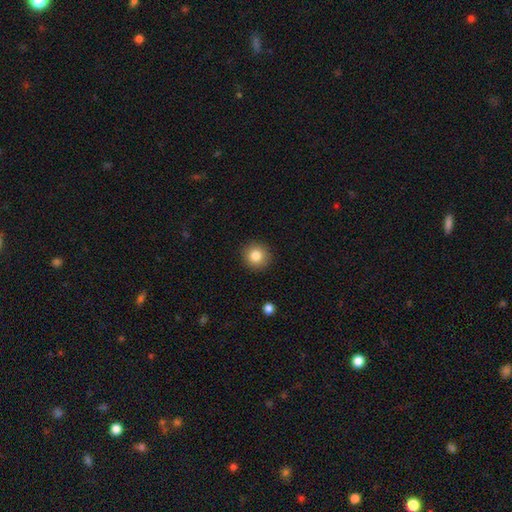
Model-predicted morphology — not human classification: The model was most divided on "smooth or featured": smooth: 83%, star or artifact: 10%, featured or disk: 6%. More confident: how rounded — round (93%); merging — none (91%).